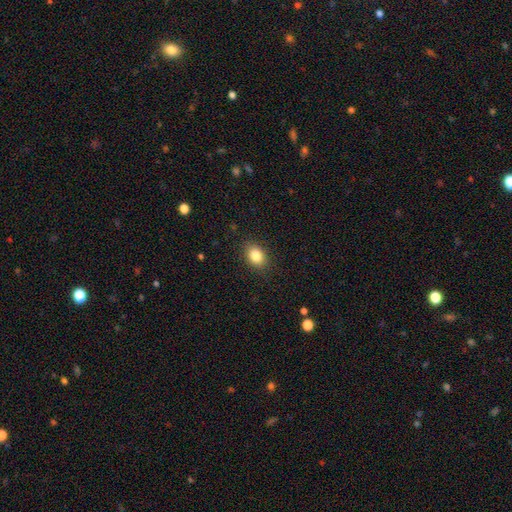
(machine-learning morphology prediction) Smooth or featured: smooth — 84% (star or artifact — 9%)
How rounded: in between — 68% (round — 31%)
Merging: none — 86% (minor disturbance — 10%)